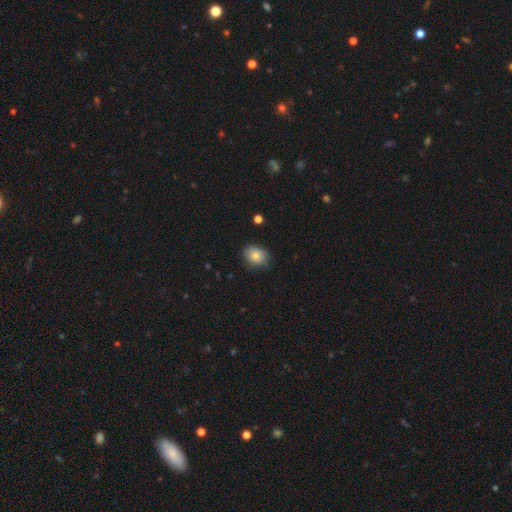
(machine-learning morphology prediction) Smooth or featured?
  - smooth: 79% *
  - featured or disk: 12%
  - star or artifact: 9%
How rounded?
  - round: 55% *
  - in between: 44%
  - cigar-shaped: 1%
Merging?
  - none: 80% *
  - minor disturbance: 16%
  - major disturbance: 3%
  - merger: 1%